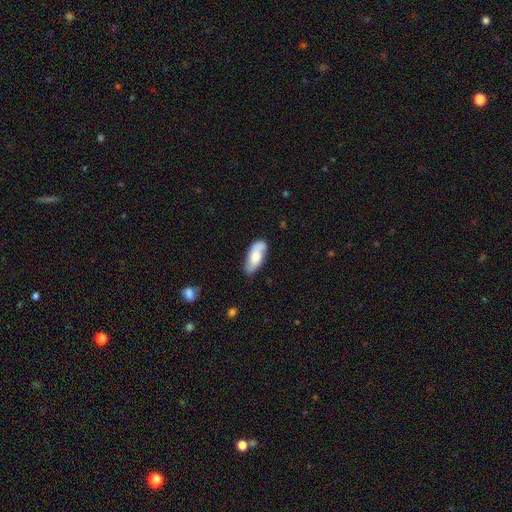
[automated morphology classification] Smooth or featured?
  - smooth: 62% *
  - featured or disk: 32%
  - star or artifact: 6%
How rounded?
  - in between: 85% *
  - cigar-shaped: 13%
  - round: 2%
Merging?
  - none: 72% *
  - minor disturbance: 21%
  - major disturbance: 4%
  - merger: 2%